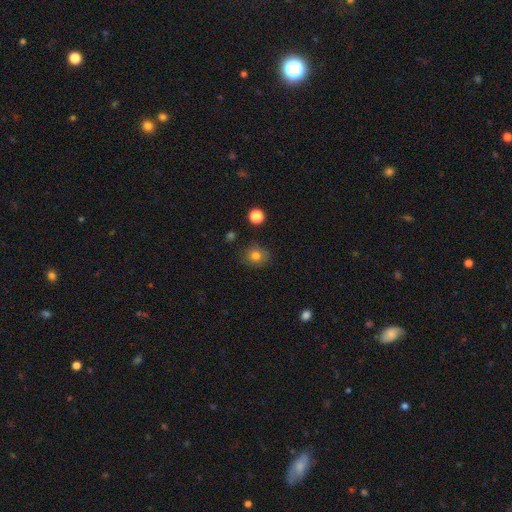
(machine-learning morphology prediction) This is likely a smooth galaxy (79%). How rounded: likely round (79%). Merging: clearly none (82%).